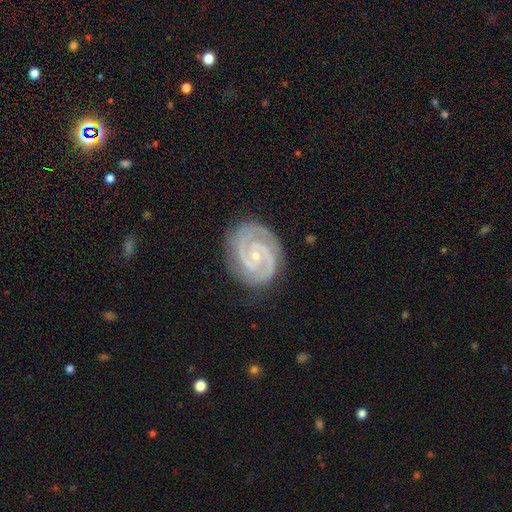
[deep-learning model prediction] Q: Smooth or featured?
A: featured or disk (92%); runner-up: star or artifact (4%)
Q: Edge-on disk?
A: no (98%); runner-up: yes (2%)
Q: Bar?
A: no (55%); runner-up: weak (34%)
Q: Spiral arms?
A: yes (99%); runner-up: no (1%)
Q: Spiral winding?
A: tight (67%); runner-up: medium (30%)
Q: Spiral arm count?
A: 2 (82%); runner-up: 3 (9%)
Q: Bulge size?
A: small (77%); runner-up: moderate (20%)
Q: Merging?
A: none (82%); runner-up: minor disturbance (14%)